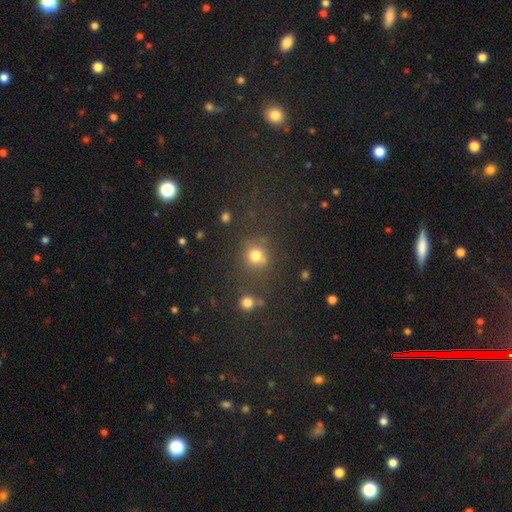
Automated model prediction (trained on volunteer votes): This is likely a smooth galaxy (75%). How rounded: clearly round (88%). Merging: likely none (66%).